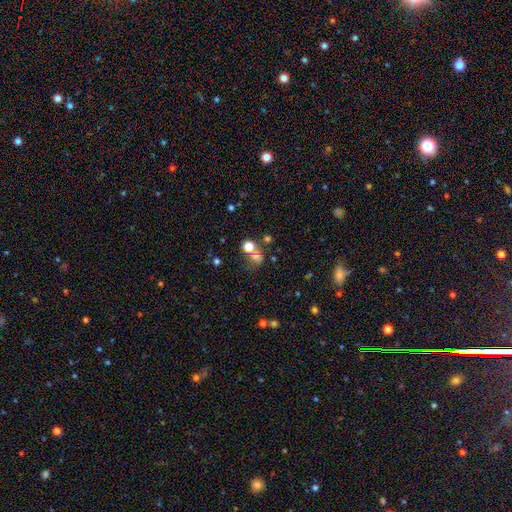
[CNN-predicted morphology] smooth-or-featured: smooth: 64% | star or artifact: 22% | featured or disk: 14%
  how-rounded: round: 74% | in between: 25% | cigar-shaped: 1%
  merging: none: 44% | merger: 39% | minor disturbance: 10% | major disturbance: 7%